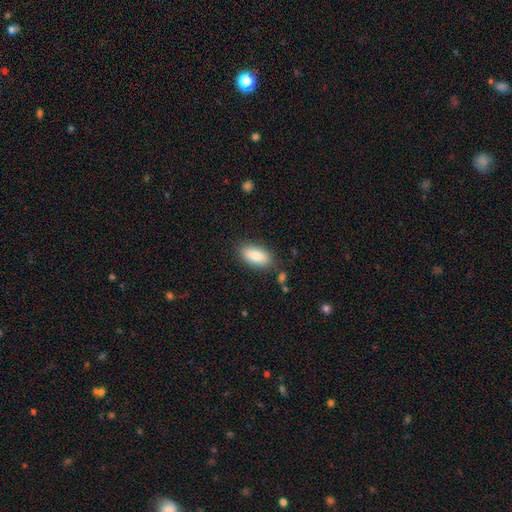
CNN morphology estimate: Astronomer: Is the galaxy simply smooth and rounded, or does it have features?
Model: smooth — 85%.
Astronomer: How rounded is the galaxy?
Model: in between — 90%.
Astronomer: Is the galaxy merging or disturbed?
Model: none — 82%.